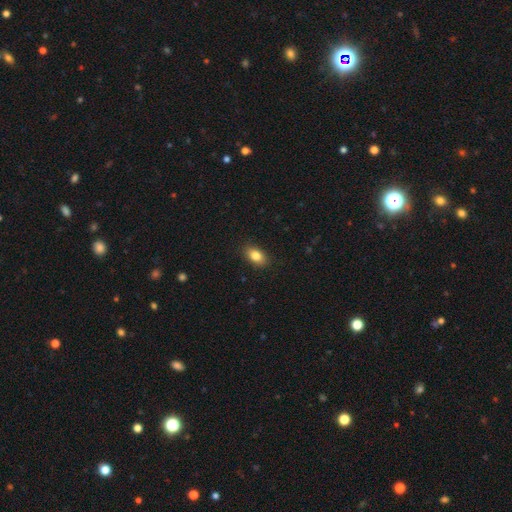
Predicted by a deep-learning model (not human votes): Smooth or featured? Predicted: smooth (p=0.85). How rounded? Predicted: in between (p=0.87). Merging? Predicted: none (p=0.89).